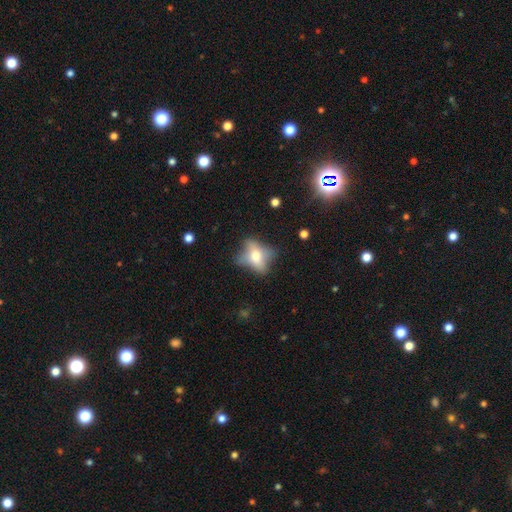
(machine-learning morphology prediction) A smooth galaxy with no disk features (48%). Merging: none (49%).